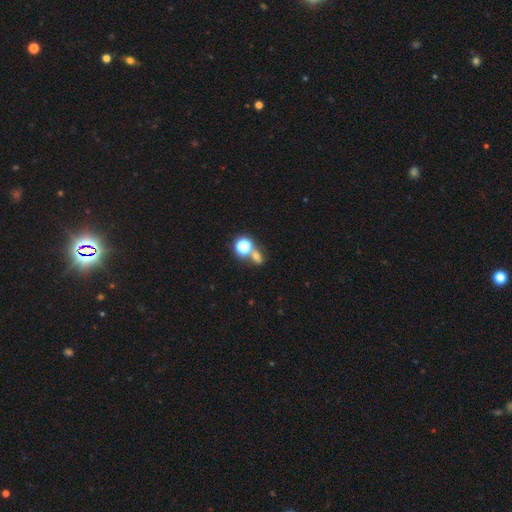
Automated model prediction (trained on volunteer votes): Overall: smooth (56%; star or artifact 33%). How rounded: round (59%; in between 38%). Merging: none (51%; merger 34%).